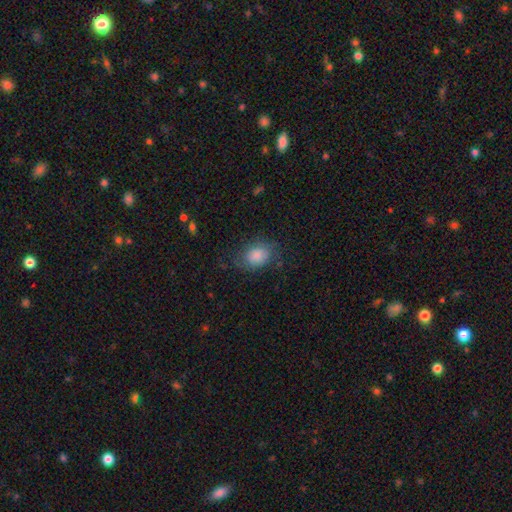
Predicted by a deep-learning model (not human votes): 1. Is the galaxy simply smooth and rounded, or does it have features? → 76% smooth, 15% featured or disk, 9% star or artifact.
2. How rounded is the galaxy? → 66% in between, 33% round, 1% cigar-shaped.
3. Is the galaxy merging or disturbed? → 66% none, 22% minor disturbance, 11% major disturbance, 1% merger.